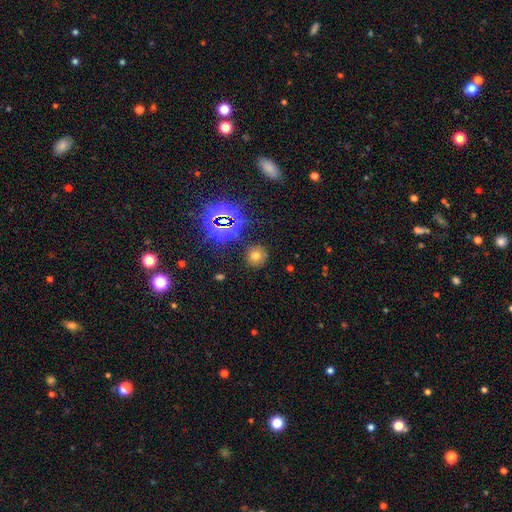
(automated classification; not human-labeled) The model was most divided on "smooth or featured": smooth: 60%, star or artifact: 29%, featured or disk: 10%. More confident: how rounded — round (89%); merging — none (84%).